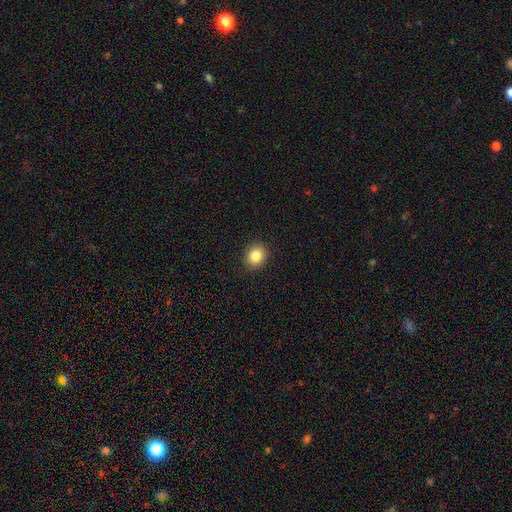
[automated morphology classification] A smooth galaxy with no disk features (85%) that is round (68%).

Vote fractions:
- Smooth or featured? smooth: 85% / star or artifact: 10% / featured or disk: 5%
- How rounded? round: 68% / in between: 31% / cigar-shaped: 1%
- Merging? none: 91% / minor disturbance: 6% / major disturbance: 2% / merger: 1%